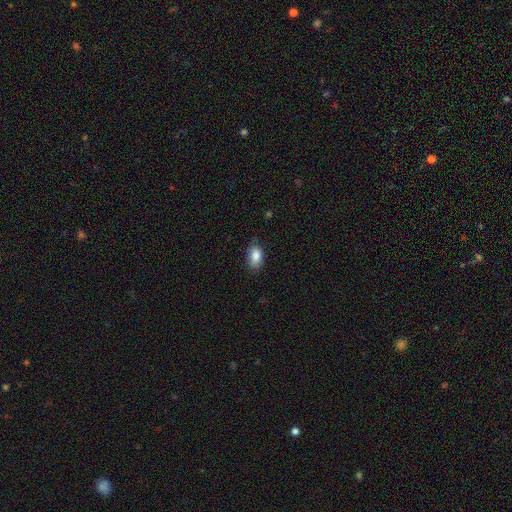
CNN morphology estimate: Smooth or featured? smooth (87%)
How rounded? in between (90%)
Merging? none (77%)